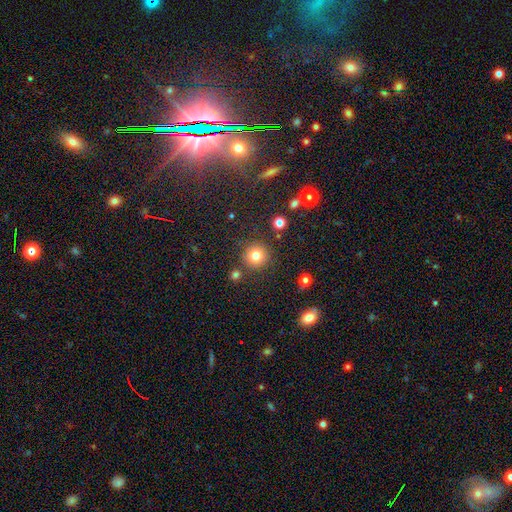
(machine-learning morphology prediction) Q: Smooth or featured?
A: smooth (80%); runner-up: star or artifact (14%)
Q: How rounded?
A: round (94%); runner-up: in between (5%)
Q: Merging?
A: none (86%); runner-up: minor disturbance (7%)